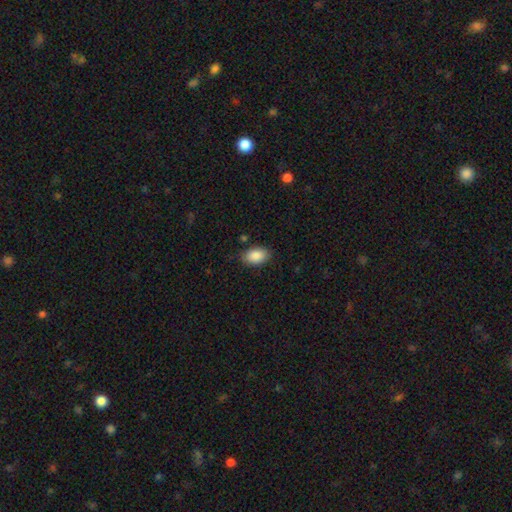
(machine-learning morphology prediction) A smooth galaxy with no disk features (88%) that is in between round and cigar-shaped (92%). Merging: none (84%).